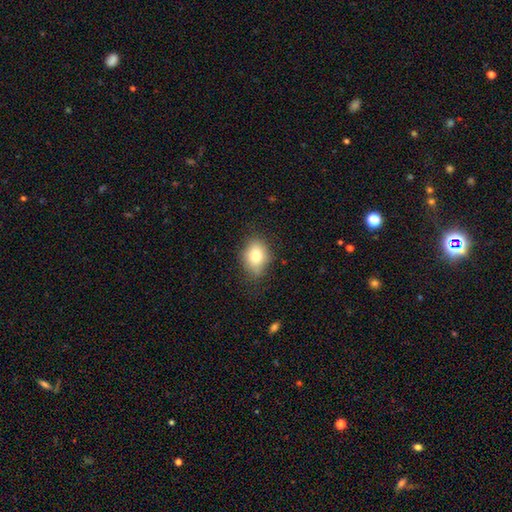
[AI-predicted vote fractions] smooth-or-featured: smooth: 74% | featured or disk: 15% | star or artifact: 11%
  how-rounded: in between: 60% | round: 38% | cigar-shaped: 1%
  merging: none: 75% | minor disturbance: 19% | major disturbance: 5% | merger: 1%